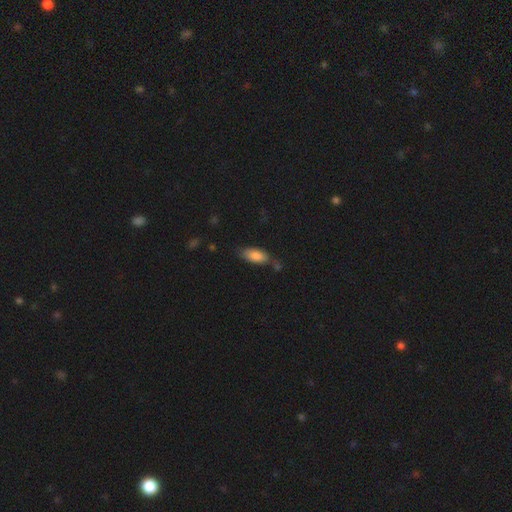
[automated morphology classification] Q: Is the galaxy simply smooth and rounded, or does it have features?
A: smooth — 83%.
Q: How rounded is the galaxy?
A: in between — 85%.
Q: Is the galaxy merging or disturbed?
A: none — 64%.